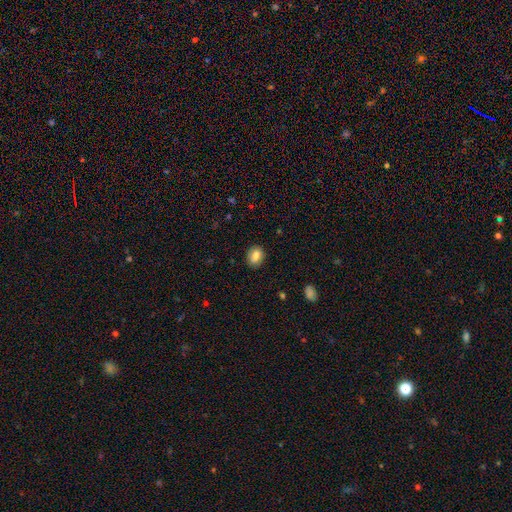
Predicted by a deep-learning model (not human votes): Smooth or featured? Predicted: smooth (p=0.81). How rounded? Predicted: in between (p=0.63). Merging? Predicted: none (p=0.85).